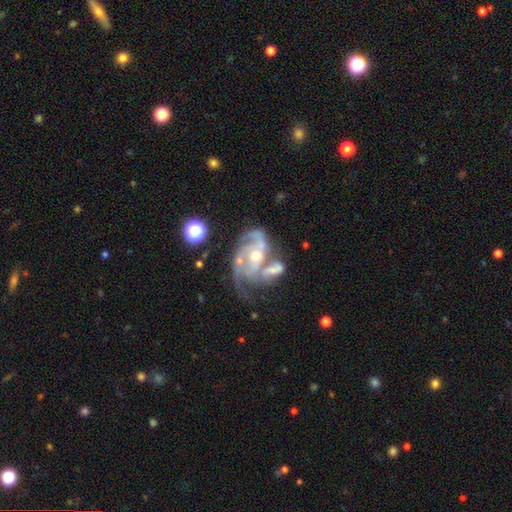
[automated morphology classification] Smooth or featured?
  - featured or disk: 85% *
  - smooth: 8%
  - star or artifact: 7%
Edge-on disk?
  - no: 97% *
  - yes: 3%
Bar?
  - no: 55% *
  - weak: 33%
  - strong: 12%
Spiral arms?
  - yes: 92% *
  - no: 8%
Spiral winding?
  - medium: 46% *
  - tight: 36%
  - loose: 18%
Spiral arm count?
  - 2: 39% *
  - 3: 25%
  - can't tell: 22%
  - 1: 6%
  - 4: 5%
  - more than 4: 4%
Bulge size?
  - moderate: 56% *
  - small: 32%
  - large: 5%
  - none: 5%
  - dominant: 1%
Merging?
  - merger: 34% *
  - none: 29%
  - major disturbance: 22%
  - minor disturbance: 15%